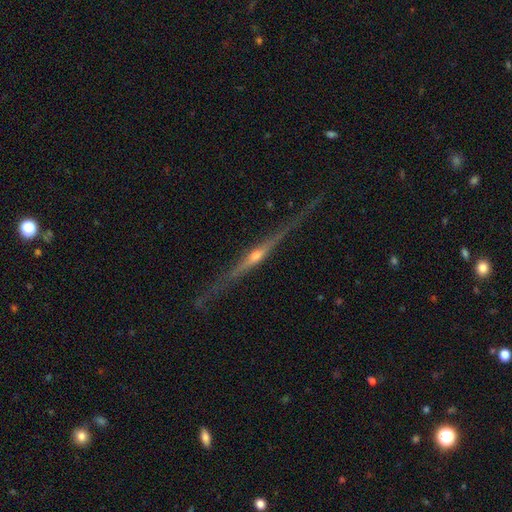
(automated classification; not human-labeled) Q: Smooth or featured?
A: featured or disk (84%); runner-up: smooth (10%)
Q: Edge-on disk?
A: yes (97%); runner-up: no (3%)
Q: Edge-on bulge?
A: rounded (87%); runner-up: none (8%)
Q: Merging?
A: none (78%); runner-up: minor disturbance (15%)